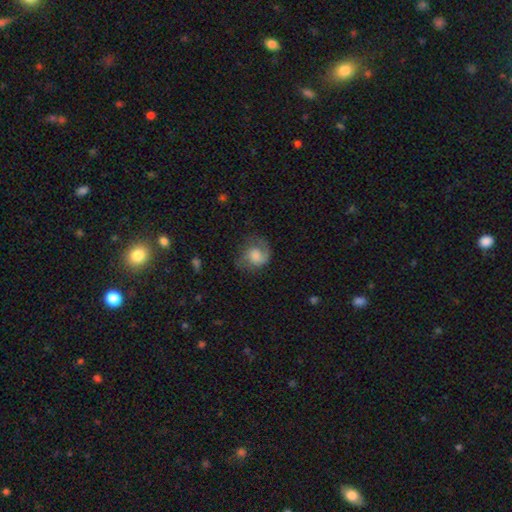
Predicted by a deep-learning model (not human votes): smooth-or-featured: featured or disk: 46% | smooth: 45% | star or artifact: 9%
  merging: none: 57% | minor disturbance: 24% | major disturbance: 17% | merger: 2%